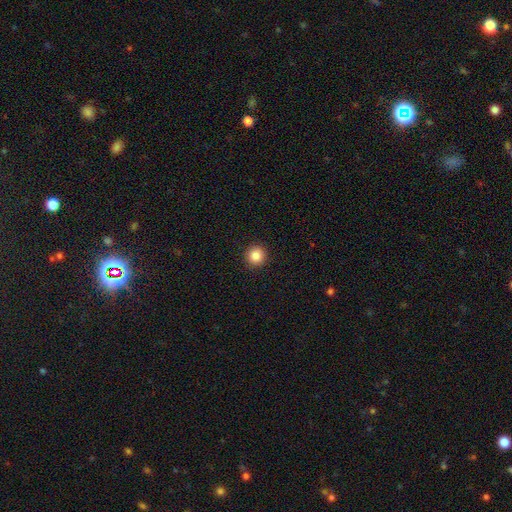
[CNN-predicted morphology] type=smooth (86%); roundness=round (94%); merging=none (93%).